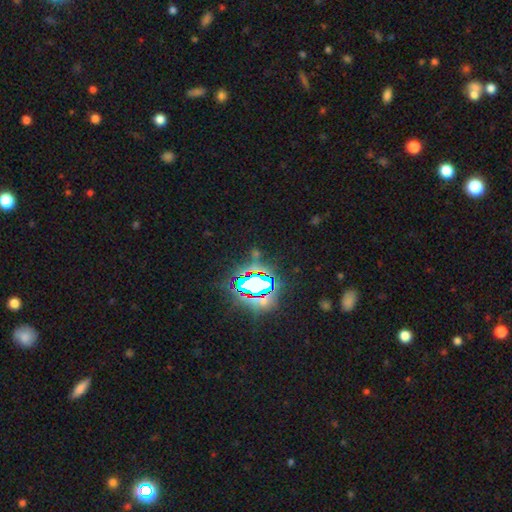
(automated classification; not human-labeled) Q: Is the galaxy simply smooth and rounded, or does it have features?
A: star or artifact — 76%.